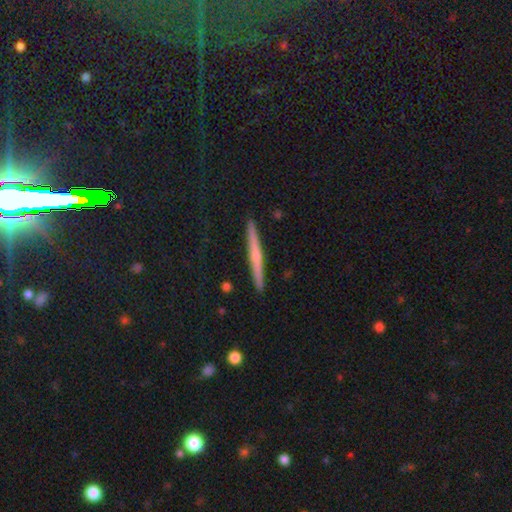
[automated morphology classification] A featured or disk galaxy (56%) viewed edge-on (98%) with a rounded central bulge (53%).

Vote fractions:
- Smooth or featured? featured or disk: 56% / smooth: 36% / star or artifact: 7%
- Edge-on disk? yes: 98% / no: 2%
- Edge-on bulge? rounded: 53% / none: 40% / boxy: 7%
- Merging? none: 92% / minor disturbance: 6% / major disturbance: 1% / merger: 1%